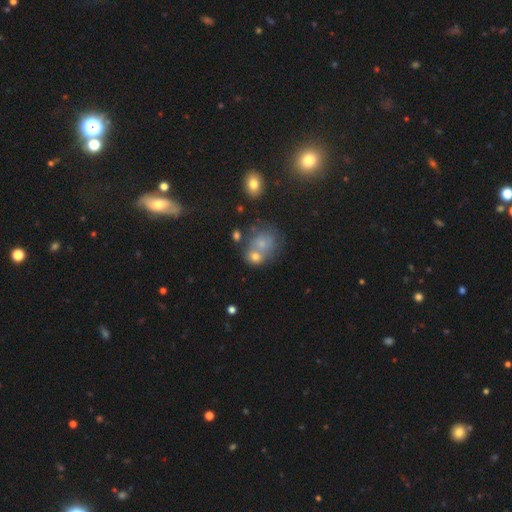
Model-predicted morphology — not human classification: type=smooth (60%); roundness=round (68%); merging=none (42%).